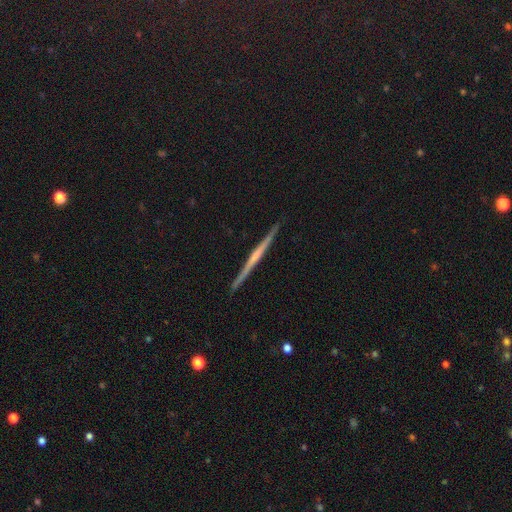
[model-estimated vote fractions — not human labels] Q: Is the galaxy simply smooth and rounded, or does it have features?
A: featured or disk — 70%.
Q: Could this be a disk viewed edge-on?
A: yes — 98%.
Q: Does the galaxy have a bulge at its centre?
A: none — 65%.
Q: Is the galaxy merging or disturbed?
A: none — 92%.